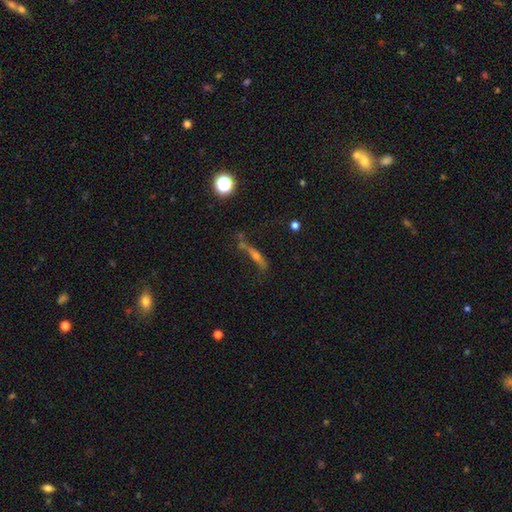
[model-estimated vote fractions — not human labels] Smooth or featured: featured or disk — 55% (smooth — 28%)
Edge-on disk: yes — 81% (no — 19%)
Merging: none — 56% (minor disturbance — 20%)